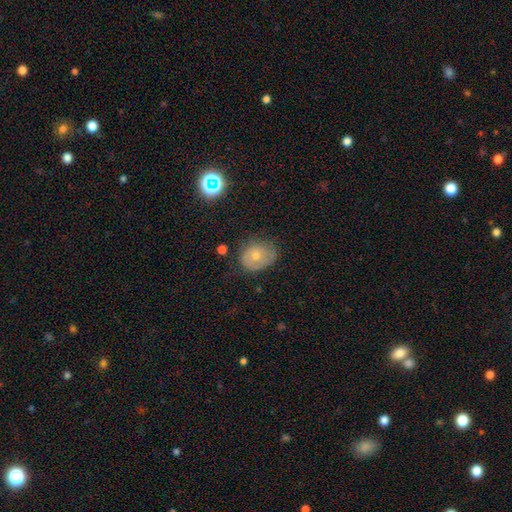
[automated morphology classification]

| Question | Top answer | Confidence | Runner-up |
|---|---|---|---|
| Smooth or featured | smooth | 55% | featured or disk (34%) |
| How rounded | round | 55% | in between (44%) |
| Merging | none | 56% | minor disturbance (31%) |